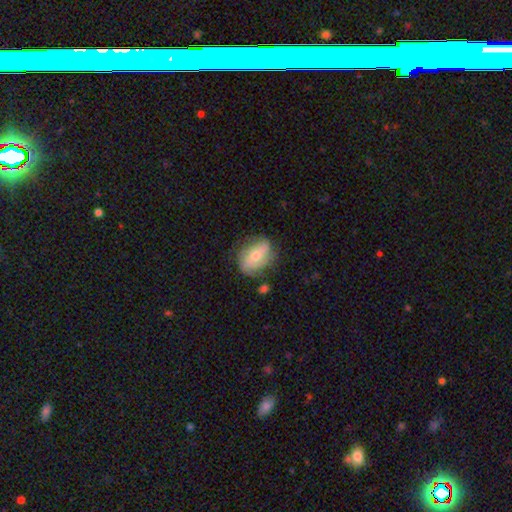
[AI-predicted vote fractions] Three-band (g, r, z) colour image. It shows a featured or disk galaxy (53%). Merging: none (65%).